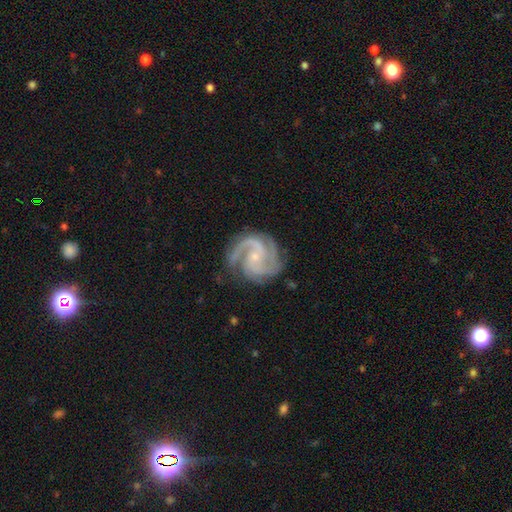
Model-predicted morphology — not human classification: This is clearly a featured or disk galaxy (93%). It is clearly not viewed edge-on (98%). Bar: likely no (62%). Spiral arm pattern: clearly yes (99%). Spiral arm count: marginally 3 (42%). Spiral winding: possibly medium (51%). Central bulge: likely small (78%). Merging: likely none (76%).